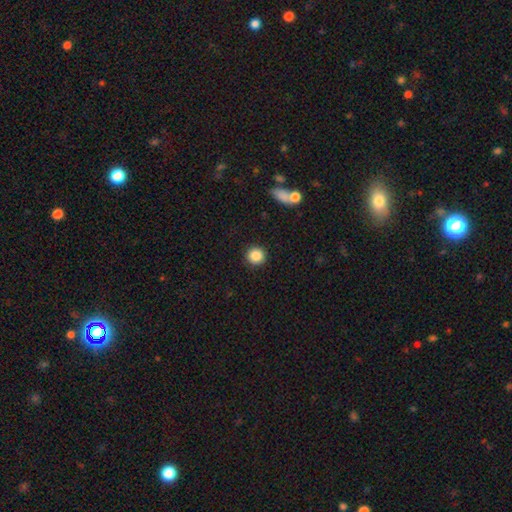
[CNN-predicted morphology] Q: Smooth or featured?
A: smooth (87%); runner-up: star or artifact (10%)
Q: How rounded?
A: round (94%); runner-up: in between (5%)
Q: Merging?
A: none (92%); runner-up: minor disturbance (5%)